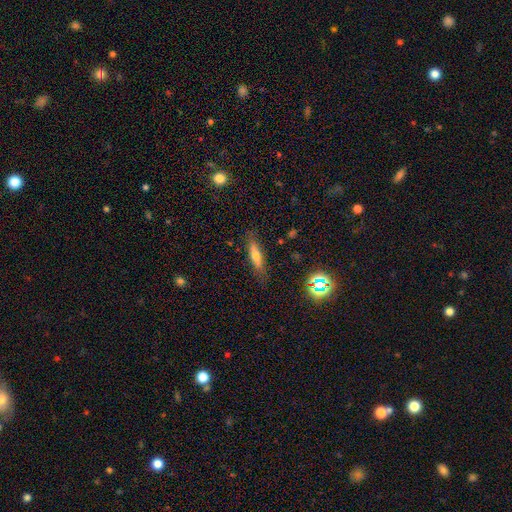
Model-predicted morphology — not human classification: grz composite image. It shows a smooth galaxy with no disk features (54%) that is cigar-shaped (72%). Merging: none (81%).